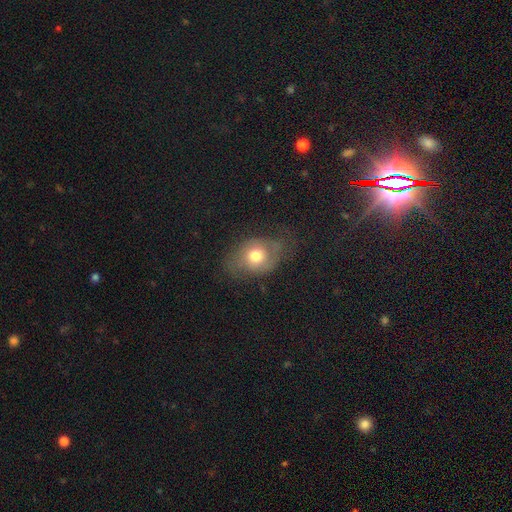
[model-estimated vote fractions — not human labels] smooth-or-featured: smooth: 56% | featured or disk: 35% | star or artifact: 9%
  how-rounded: in between: 59% | round: 40% | cigar-shaped: 1%
  merging: none: 50% | minor disturbance: 28% | major disturbance: 20% | merger: 2%